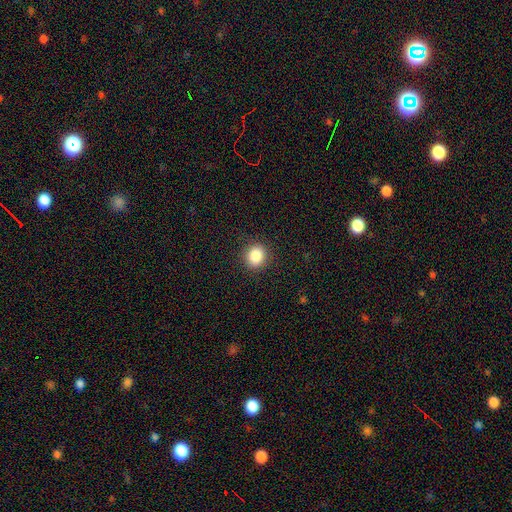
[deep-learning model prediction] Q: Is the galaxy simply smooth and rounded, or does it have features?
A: smooth — 86%.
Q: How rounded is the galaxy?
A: round — 76%.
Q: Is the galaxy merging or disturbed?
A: none — 89%.